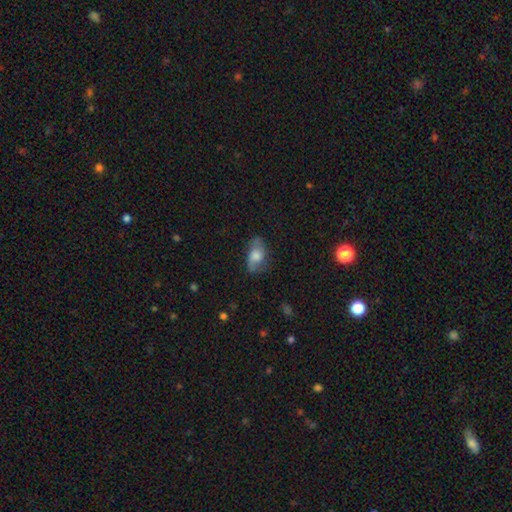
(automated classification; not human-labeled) Smooth or featured: smooth — 52% (featured or disk — 38%)
How rounded: in between — 85% (round — 11%)
Merging: none — 64% (minor disturbance — 24%)